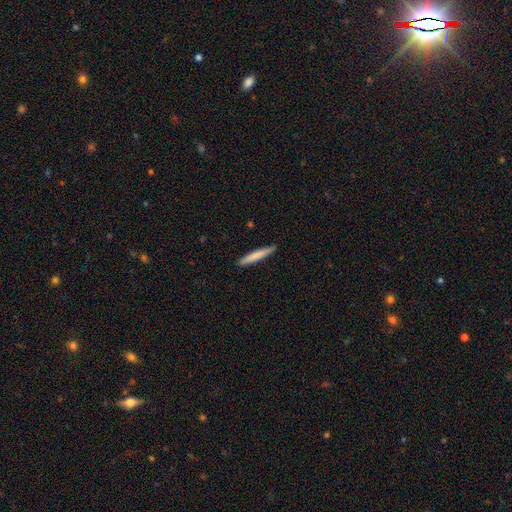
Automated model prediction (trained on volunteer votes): Smooth or featured? Predicted: smooth (p=0.78). How rounded? Predicted: cigar-shaped (p=0.95). Merging? Predicted: none (p=0.90).